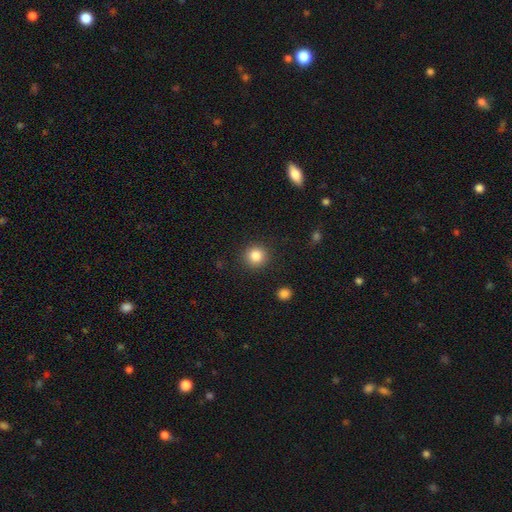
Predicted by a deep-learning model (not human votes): Q: Smooth or featured?
A: smooth (84%); runner-up: star or artifact (10%)
Q: How rounded?
A: round (92%); runner-up: in between (7%)
Q: Merging?
A: none (90%); runner-up: minor disturbance (6%)